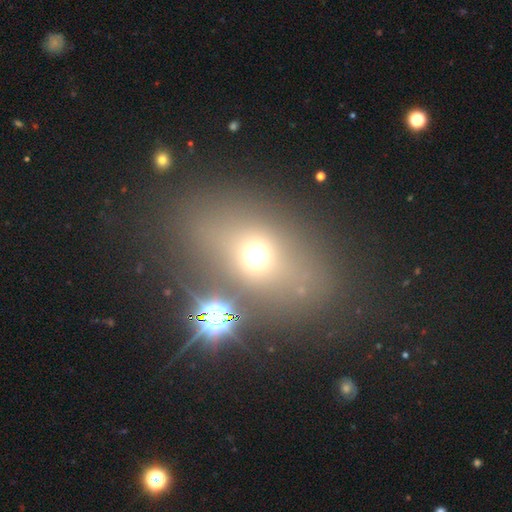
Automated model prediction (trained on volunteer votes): A smooth galaxy with no disk features (55%) that is in between round and cigar-shaped (61%). Merging: none (67%).